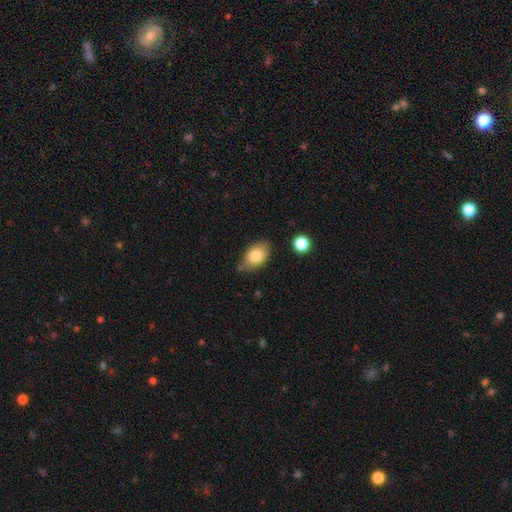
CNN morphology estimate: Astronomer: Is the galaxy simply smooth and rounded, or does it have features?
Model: smooth — 81%.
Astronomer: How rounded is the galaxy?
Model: in between — 88%.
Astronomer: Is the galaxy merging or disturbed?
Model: none — 70%.